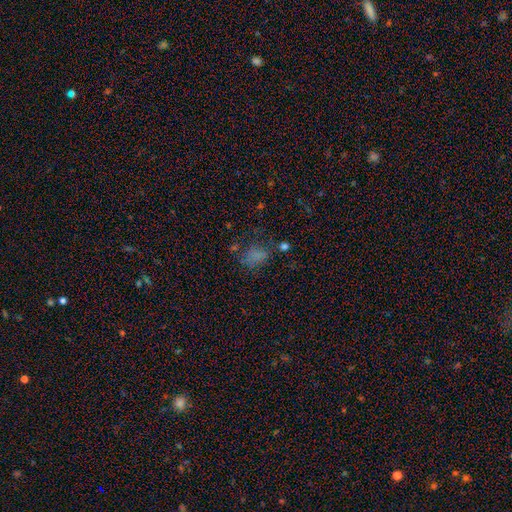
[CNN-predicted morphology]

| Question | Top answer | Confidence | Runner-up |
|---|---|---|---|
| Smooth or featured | smooth | 66% | star or artifact (23%) |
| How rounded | in between | 64% | round (34%) |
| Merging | none | 51% | minor disturbance (23%) |